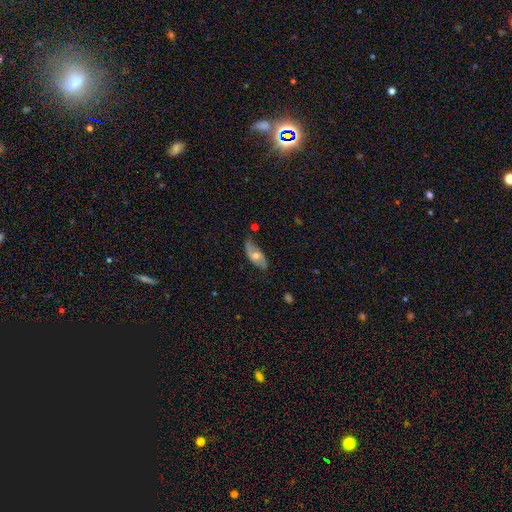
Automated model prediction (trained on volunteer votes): smooth-or-featured: featured or disk: 53% | smooth: 40% | star or artifact: 7%
  disk-edge-on: no: 85% | yes: 15%
  merging: none: 58% | minor disturbance: 31% | major disturbance: 8% | merger: 3%